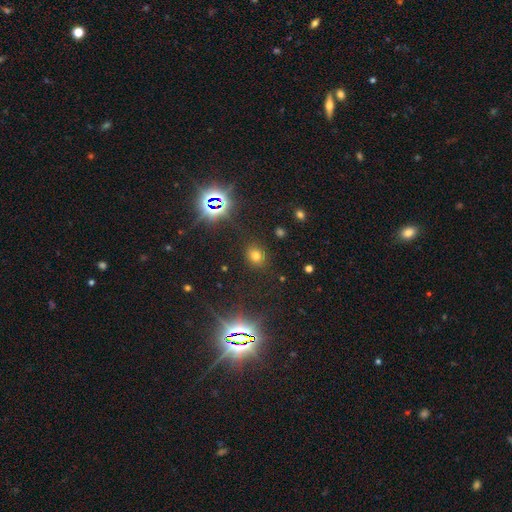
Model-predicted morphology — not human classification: This is likely a smooth galaxy (66%). How rounded: likely round (66%). Merging: clearly none (87%).